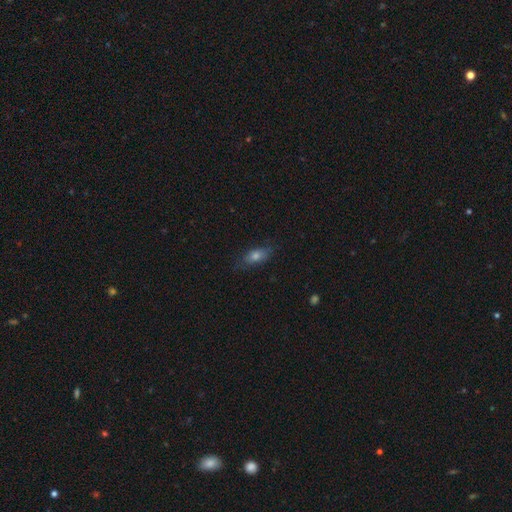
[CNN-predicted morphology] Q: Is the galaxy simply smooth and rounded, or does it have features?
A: smooth — 65%.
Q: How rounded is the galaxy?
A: in between — 72%.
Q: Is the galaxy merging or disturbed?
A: none — 78%.